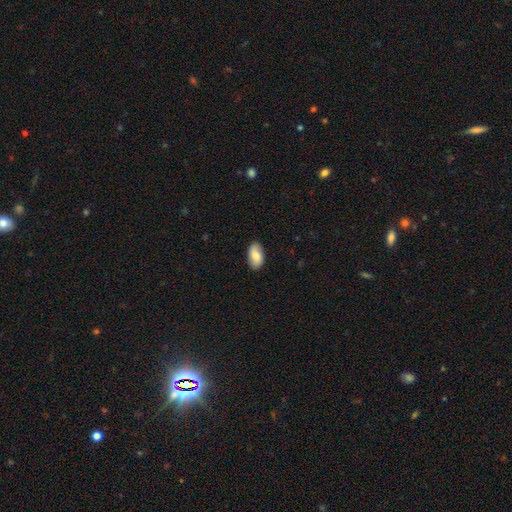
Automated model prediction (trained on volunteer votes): Smooth or featured: smooth — 81% (featured or disk — 13%)
How rounded: in between — 94% (round — 3%)
Merging: none — 86% (minor disturbance — 11%)